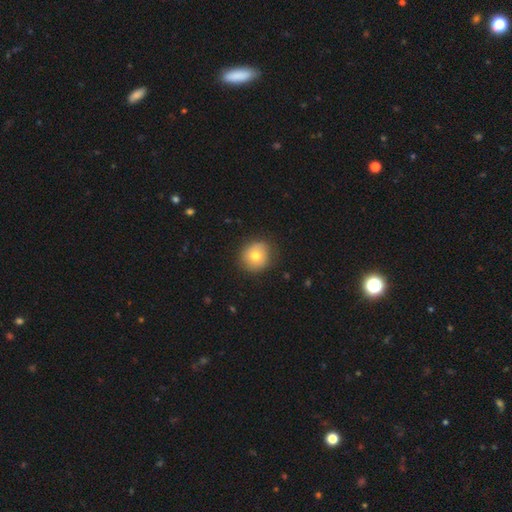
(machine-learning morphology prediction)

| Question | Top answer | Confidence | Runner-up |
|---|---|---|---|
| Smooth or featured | smooth | 73% | featured or disk (18%) |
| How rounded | round | 88% | in between (11%) |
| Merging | none | 84% | minor disturbance (12%) |